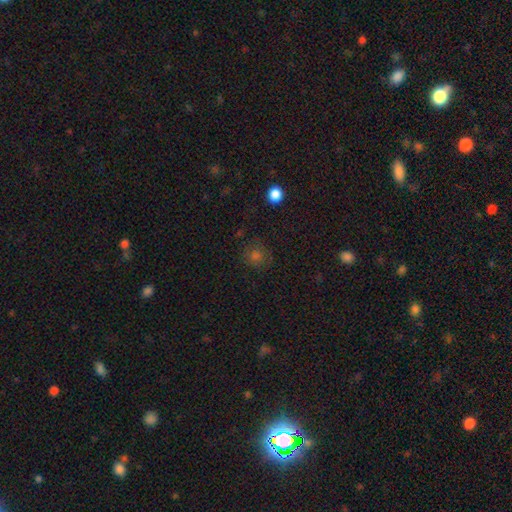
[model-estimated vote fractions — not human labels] A smooth galaxy with no disk features (67%) that is round (89%).

Vote fractions:
- Smooth or featured? smooth: 67% / star or artifact: 23% / featured or disk: 10%
- How rounded? round: 89% / in between: 10% / cigar-shaped: 1%
- Merging? none: 82% / minor disturbance: 12% / major disturbance: 4% / merger: 2%